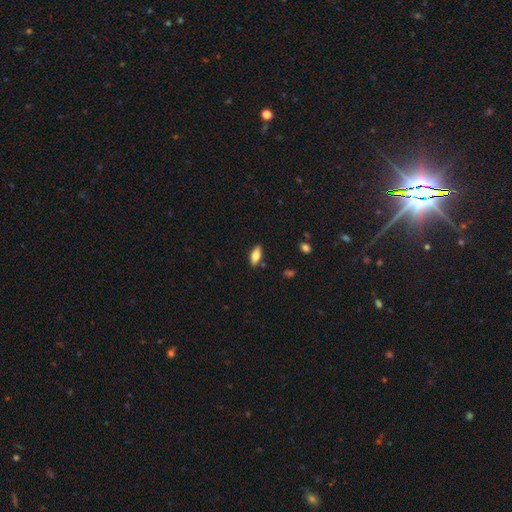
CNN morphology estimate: smooth 72%, featured or disk 21%, star or artifact 7%. Down the decision tree: how rounded — in between (83%); merging — none (86%).